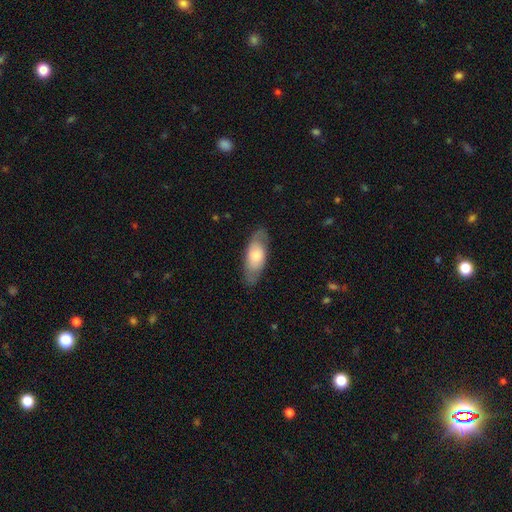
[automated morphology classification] Q: Smooth or featured?
A: smooth (63%); runner-up: featured or disk (31%)
Q: How rounded?
A: in between (81%); runner-up: cigar-shaped (16%)
Q: Merging?
A: none (78%); runner-up: minor disturbance (16%)